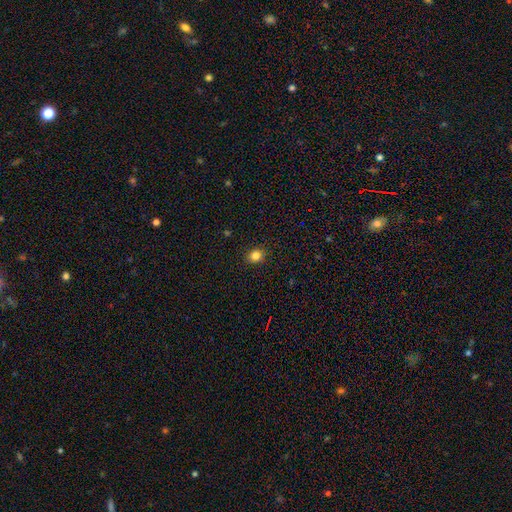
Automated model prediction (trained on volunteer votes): A smooth galaxy with no disk features (83%) that is round (70%). Merging: none (91%).